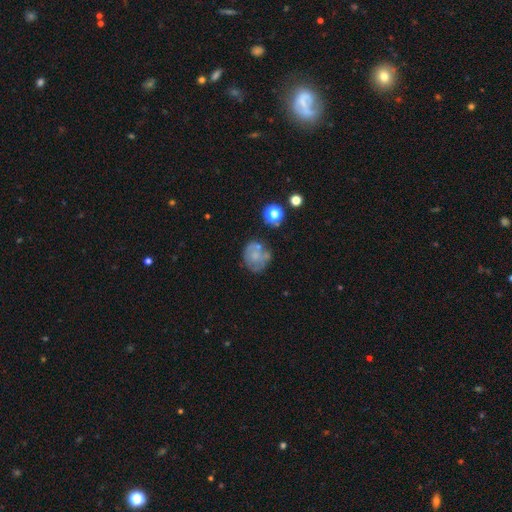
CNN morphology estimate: Smooth or featured? Predicted: smooth (p=0.49). Merging? Predicted: none (p=0.48).